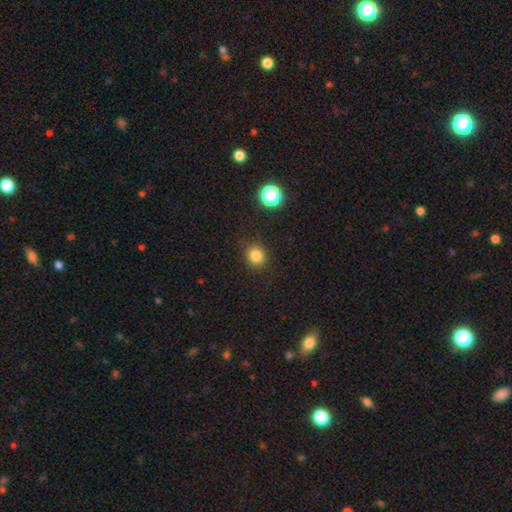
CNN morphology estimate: A smooth galaxy with no disk features (82%) that is round (83%). Merging: none (87%).